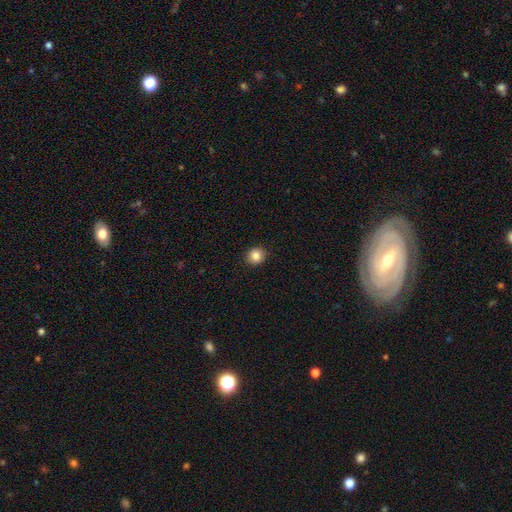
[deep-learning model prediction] A smooth galaxy with no disk features (84%) that is round (85%).

Vote fractions:
- Smooth or featured? smooth: 84% / star or artifact: 10% / featured or disk: 6%
- How rounded? round: 85% / in between: 14% / cigar-shaped: 1%
- Merging? none: 91% / minor disturbance: 6% / major disturbance: 2% / merger: 1%